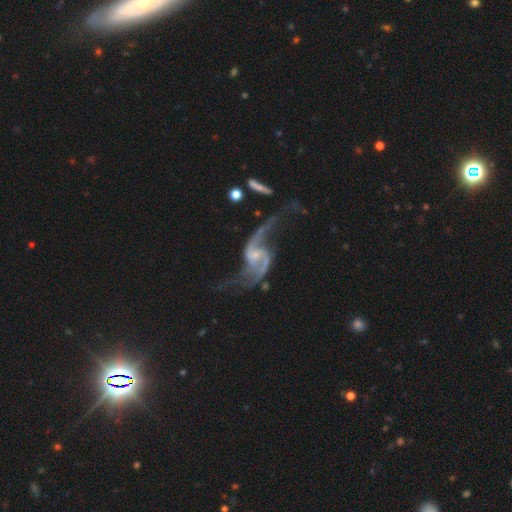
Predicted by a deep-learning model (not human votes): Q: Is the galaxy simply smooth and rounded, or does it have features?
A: featured or disk — 92%.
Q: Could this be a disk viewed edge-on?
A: no — 97%.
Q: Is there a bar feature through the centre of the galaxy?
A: weak — 47%.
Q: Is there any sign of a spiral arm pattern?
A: yes — 97%.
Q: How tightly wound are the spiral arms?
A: loose — 80%.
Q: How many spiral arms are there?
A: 2 — 92%.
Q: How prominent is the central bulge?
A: small — 62%.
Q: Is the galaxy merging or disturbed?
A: none — 50%.